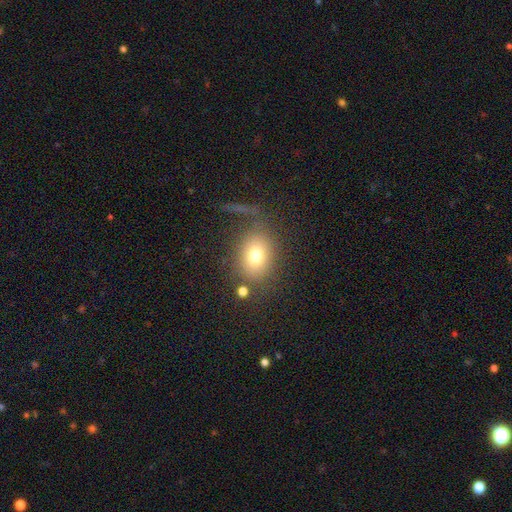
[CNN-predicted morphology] A smooth galaxy with no disk features (74%) that is in between round and cigar-shaped (52%).

Vote fractions:
- Smooth or featured? smooth: 74% / star or artifact: 13% / featured or disk: 13%
- How rounded? in between: 52% / round: 46% / cigar-shaped: 1%
- Merging? none: 72% / minor disturbance: 13% / major disturbance: 8% / merger: 7%